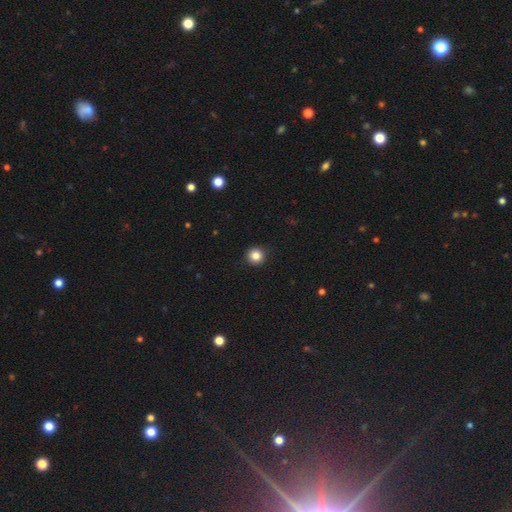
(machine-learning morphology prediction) Overall: smooth (84%). How rounded: round (95%). Merging: none (93%).